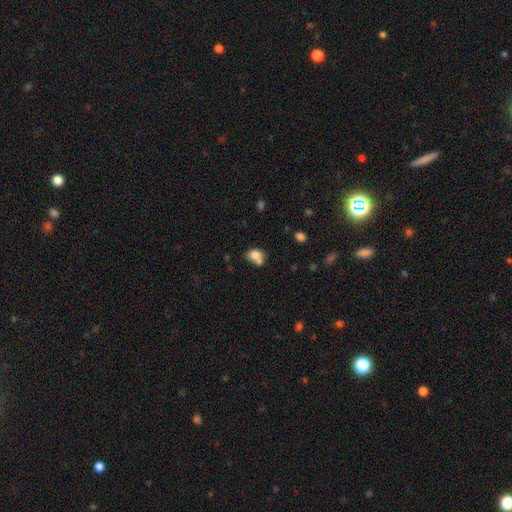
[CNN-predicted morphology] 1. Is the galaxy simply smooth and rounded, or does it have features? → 77% smooth, 12% featured or disk, 10% star or artifact.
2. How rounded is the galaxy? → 60% in between, 38% round, 1% cigar-shaped.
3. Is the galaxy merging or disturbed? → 43% merger, 36% none, 14% minor disturbance, 6% major disturbance.